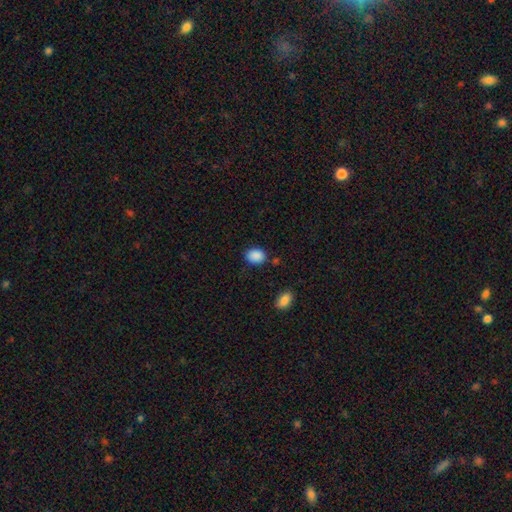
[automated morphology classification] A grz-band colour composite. It shows a smooth galaxy with no disk features (89%) that is in between round and cigar-shaped (62%). Merging: none (80%).